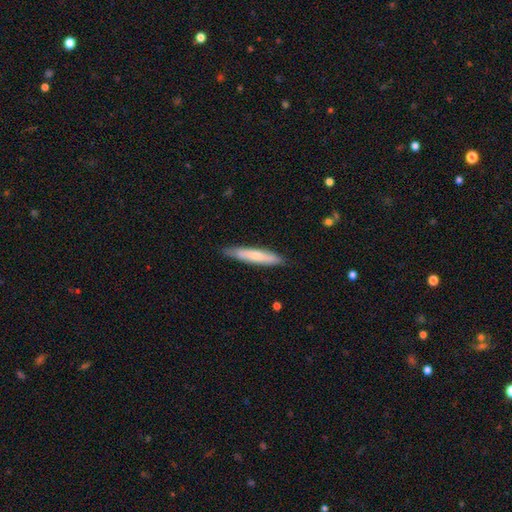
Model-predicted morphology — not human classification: Smooth or featured: smooth — 66% (featured or disk — 28%)
How rounded: cigar-shaped — 91% (in between — 8%)
Merging: none — 86% (minor disturbance — 11%)